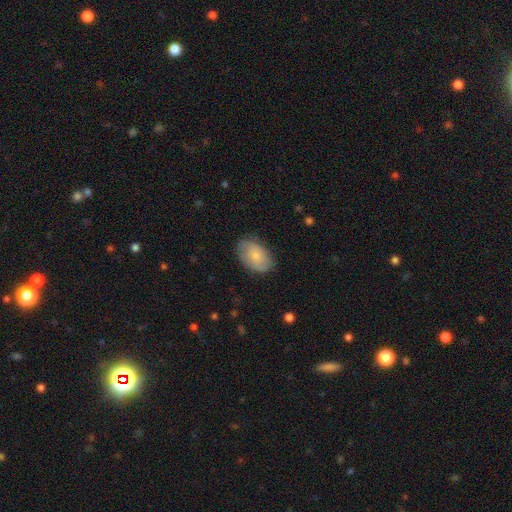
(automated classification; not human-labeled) This is likely a smooth galaxy (69%). How rounded: clearly in between (89%). Merging: likely none (76%).